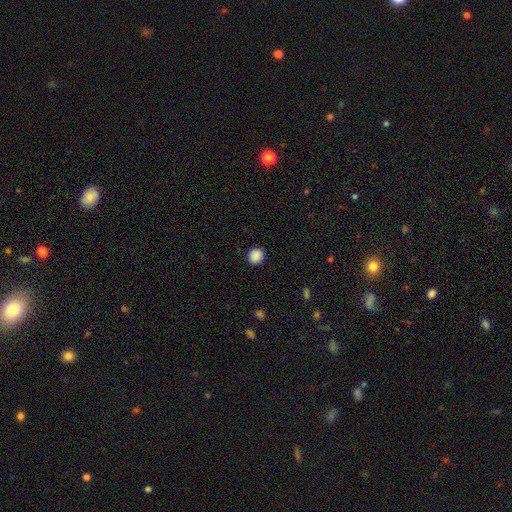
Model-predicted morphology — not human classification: Smooth or featured? smooth (89%)
How rounded? round (86%)
Merging? none (91%)